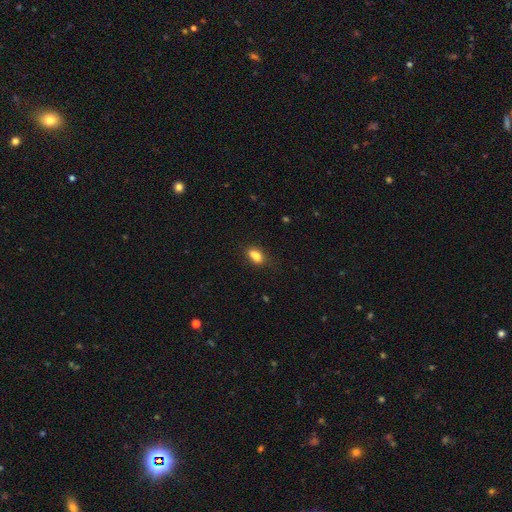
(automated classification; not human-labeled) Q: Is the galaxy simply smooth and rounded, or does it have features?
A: smooth — 80%.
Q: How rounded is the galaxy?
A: in between — 79%.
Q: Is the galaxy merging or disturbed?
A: none — 53%.